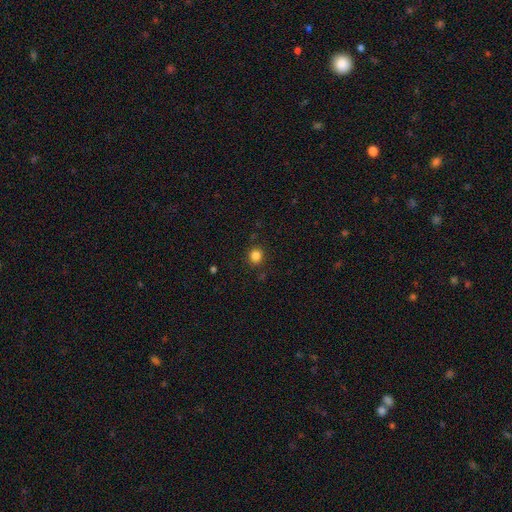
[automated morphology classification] smooth 83%, star or artifact 13%, featured or disk 4%. Down the decision tree: how rounded — round (88%); merging — none (89%).